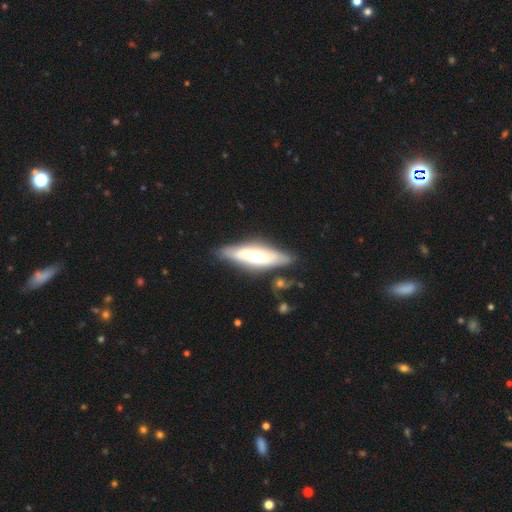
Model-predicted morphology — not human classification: Q: Smooth or featured?
A: featured or disk (58%); runner-up: smooth (37%)
Q: Edge-on disk?
A: yes (53%); runner-up: no (47%)
Q: Merging?
A: none (70%); runner-up: minor disturbance (19%)